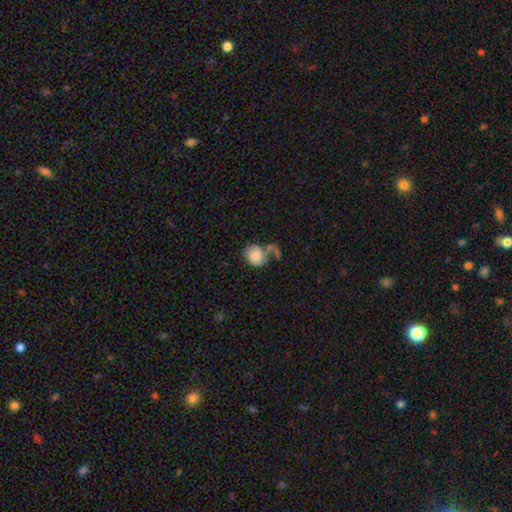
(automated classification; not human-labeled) A smooth galaxy with no disk features (82%) that is round (65%).

Vote fractions:
- Smooth or featured? smooth: 82% / featured or disk: 11% / star or artifact: 7%
- How rounded? round: 65% / in between: 35% / cigar-shaped: 1%
- Merging? none: 41% / merger: 26% / minor disturbance: 20% / major disturbance: 14%